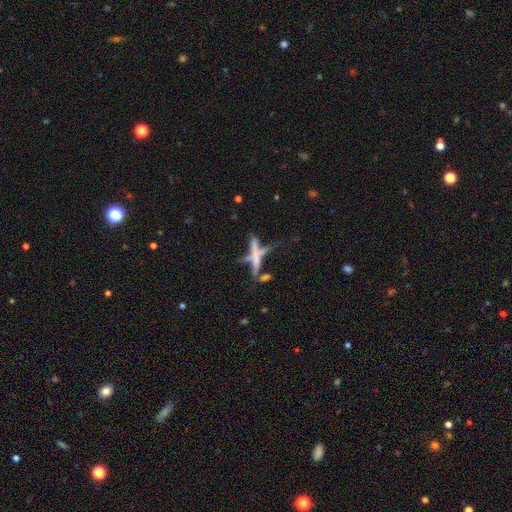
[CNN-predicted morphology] smooth_or_featured: featured or disk (p=0.52) [alt: smooth p=0.36]
disk_edge_on: yes (p=0.84) [alt: no p=0.16]
merging: none (p=0.43) [alt: merger p=0.35]